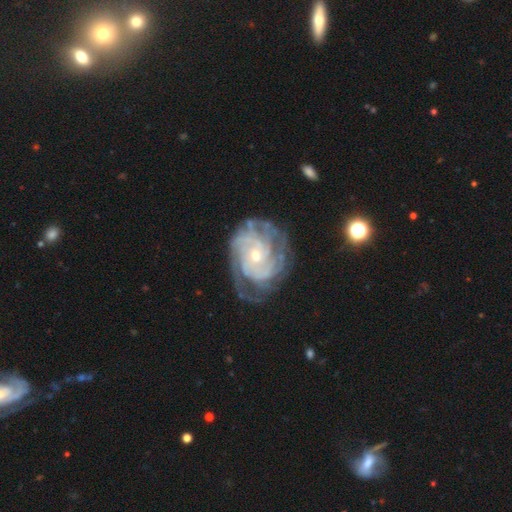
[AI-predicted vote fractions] A featured or disk galaxy (90%) with no bar (72%), tight (73%) spiral arms (97%) and a small central bulge (58%).

Vote fractions:
- Smooth or featured? featured or disk: 90% / star or artifact: 5% / smooth: 5%
- Edge-on disk? no: 97% / yes: 3%
- Bar? no: 72% / weak: 22% / strong: 6%
- Spiral arms? yes: 97% / no: 3%
- Spiral winding? tight: 73% / medium: 23% / loose: 4%
- Spiral arm count? can't tell: 29% / 3: 21% / 2: 18% / 4: 17% / more than 4: 8% / 1: 7%
- Bulge size? small: 58% / moderate: 38% / large: 2% / none: 1% / dominant: 1%
- Merging? none: 69% / minor disturbance: 20% / major disturbance: 10% / merger: 2%